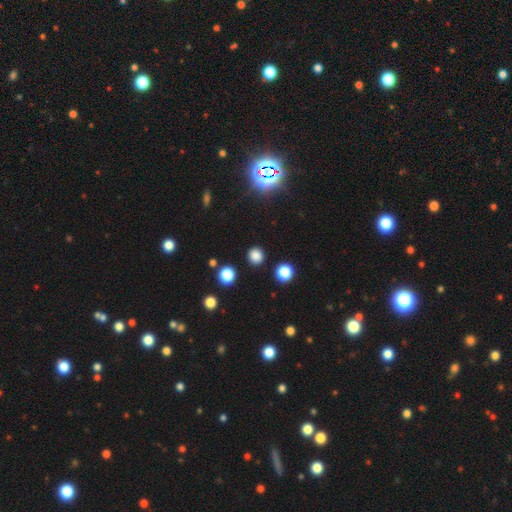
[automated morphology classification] This appears to be a smooth galaxy with no disk features (80%) that is round (88%). Merging: none (89%).